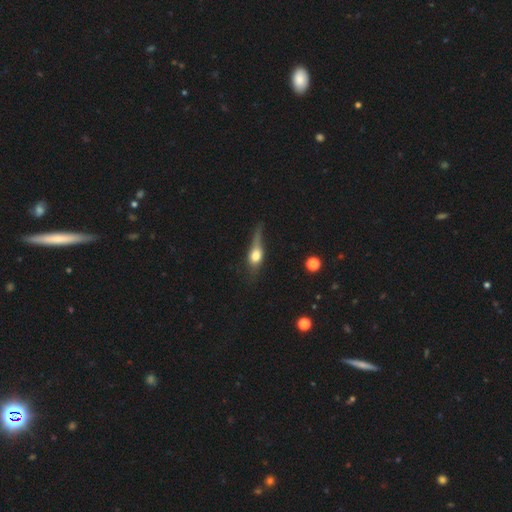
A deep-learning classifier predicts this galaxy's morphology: This is possibly a smooth galaxy (52%). How rounded: possibly in between (45%). Merging: marginally none (40%).